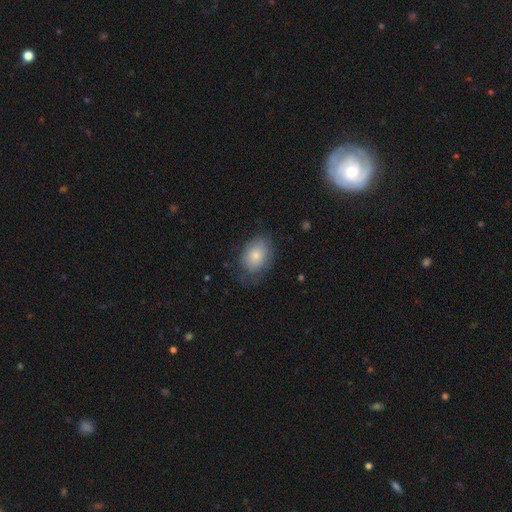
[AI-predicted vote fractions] Morphology: type=smooth (77%); roundness=in between (76%); merging=none (64%).